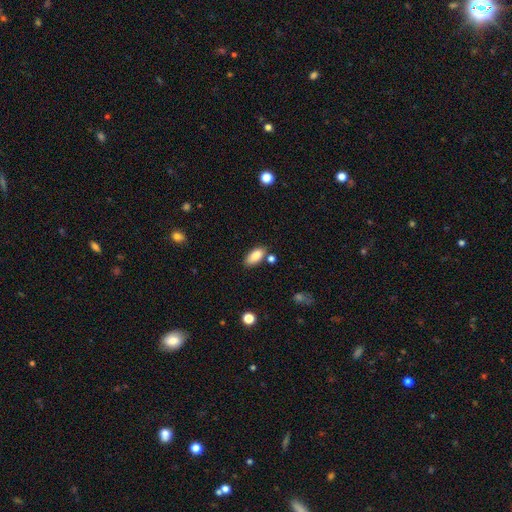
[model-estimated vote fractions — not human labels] A smooth galaxy with no disk features (86%) that is in between round and cigar-shaped (89%). Merging: none (75%).